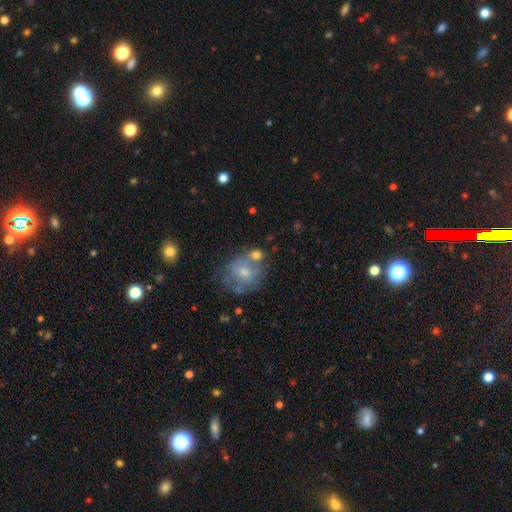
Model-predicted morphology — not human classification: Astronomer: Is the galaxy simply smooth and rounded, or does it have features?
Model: smooth — 56% (runner-up: featured or disk, 34%).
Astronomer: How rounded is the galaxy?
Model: round — 63%.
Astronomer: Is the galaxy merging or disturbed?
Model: none — 47% (runner-up: merger, 23%).